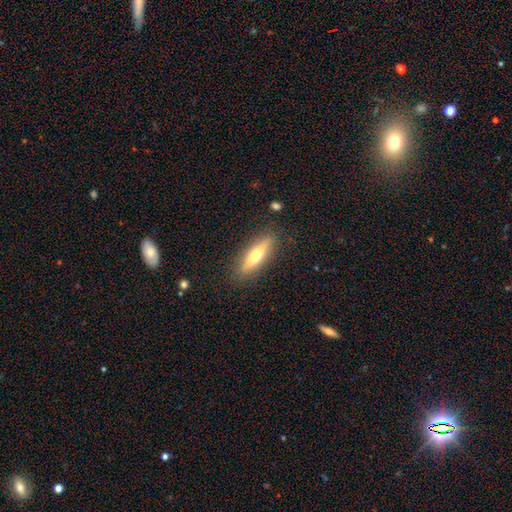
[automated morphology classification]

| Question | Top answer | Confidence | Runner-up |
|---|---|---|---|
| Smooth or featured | featured or disk | 52% | smooth (42%) |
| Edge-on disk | yes | 90% | no (10%) |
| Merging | none | 87% | minor disturbance (9%) |